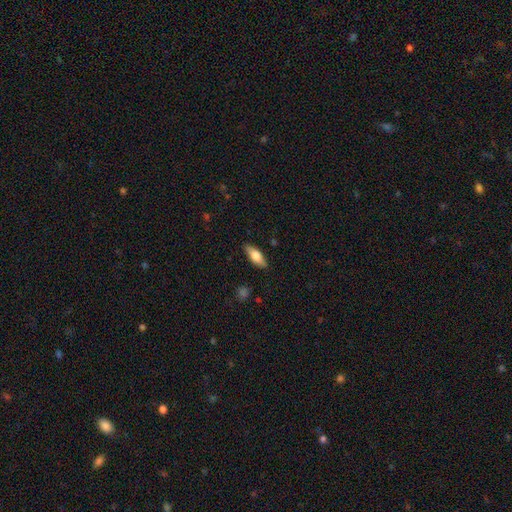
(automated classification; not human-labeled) Smooth or featured? Predicted: smooth (p=0.65). How rounded? Predicted: in between (p=0.67). Merging? Predicted: none (p=0.87).